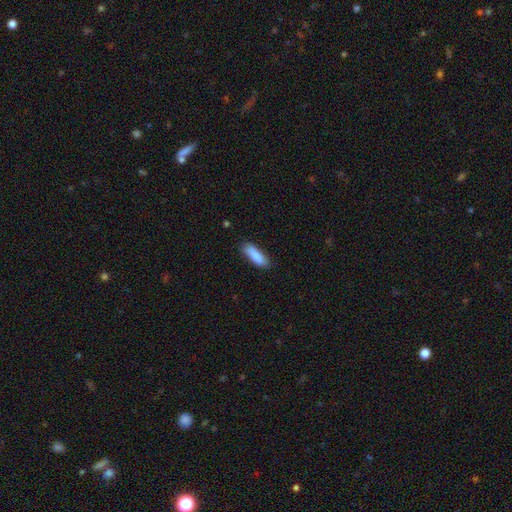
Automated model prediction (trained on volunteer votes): A smooth galaxy with no disk features (87%) that is cigar-shaped (49%, tied with in between). Merging: none (79%).